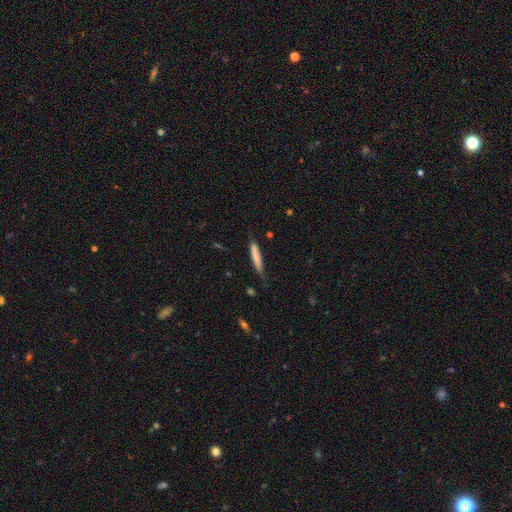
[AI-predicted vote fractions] Overall: smooth (76%). How rounded: cigar-shaped (93%). Merging: none (73%).